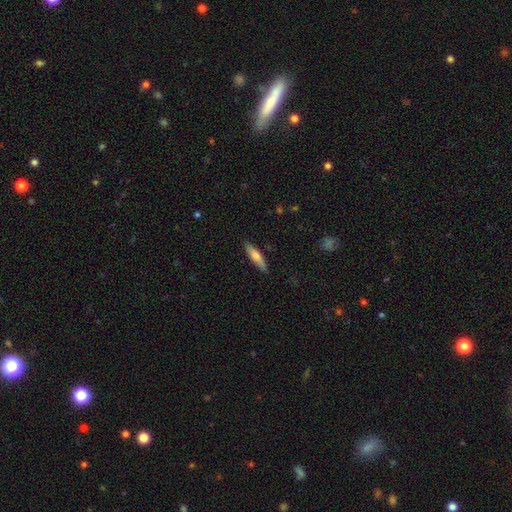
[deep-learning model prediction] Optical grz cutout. It shows a smooth galaxy with no disk features (66%) that is cigar-shaped (78%). Merging: none (87%).